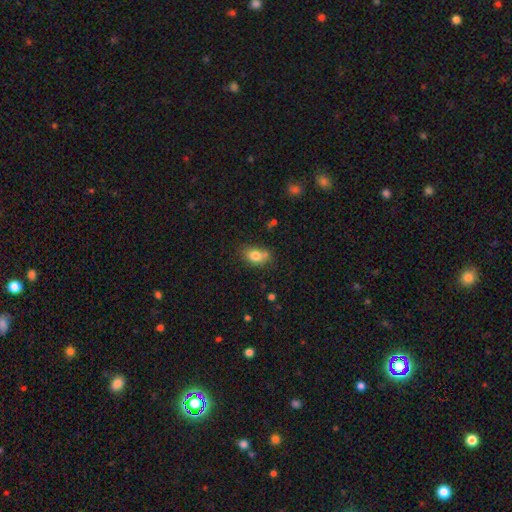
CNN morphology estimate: Overall: smooth (80%). How rounded: in between (78%). Merging: none (57%; minor disturbance 22%).